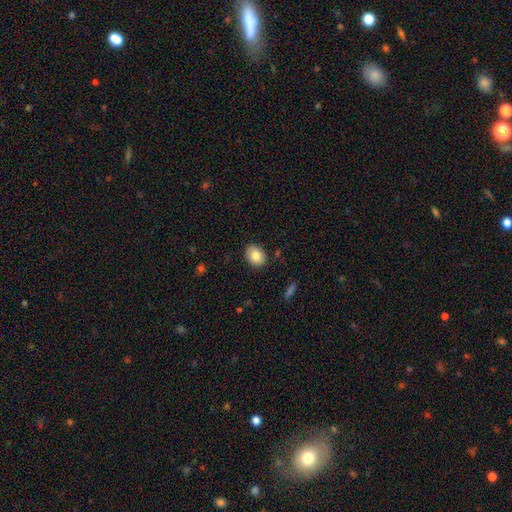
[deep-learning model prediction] smooth-or-featured: smooth: 81% | featured or disk: 11% | star or artifact: 8%
  how-rounded: in between: 56% | round: 44% | cigar-shaped: 1%
  merging: none: 88% | minor disturbance: 9% | major disturbance: 2% | merger: 1%